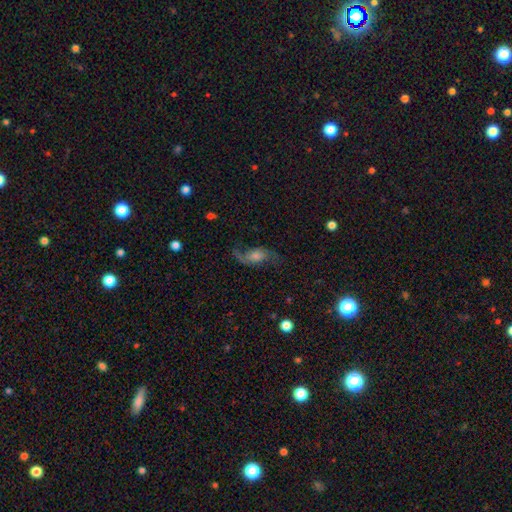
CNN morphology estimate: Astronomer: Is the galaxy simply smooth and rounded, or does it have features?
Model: featured or disk — 73%.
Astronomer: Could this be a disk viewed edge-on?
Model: no — 93%.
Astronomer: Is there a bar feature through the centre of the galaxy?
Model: no — 62%.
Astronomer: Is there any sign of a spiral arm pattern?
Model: yes — 93%.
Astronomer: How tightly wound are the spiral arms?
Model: loose — 75%.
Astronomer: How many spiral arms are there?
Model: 2 — 88%.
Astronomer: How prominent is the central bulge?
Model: moderate — 41% (runner-up: small, 26%).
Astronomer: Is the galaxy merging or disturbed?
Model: none — 67%.